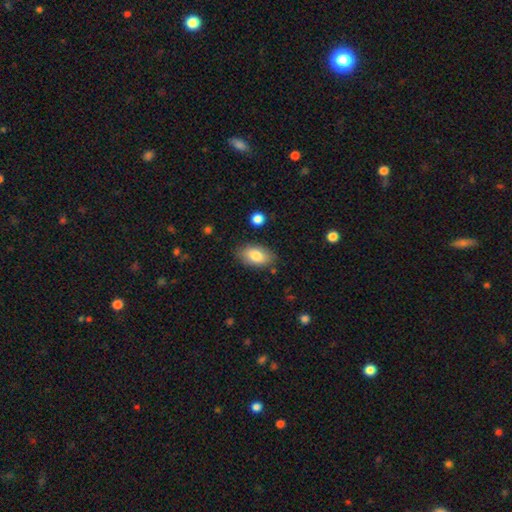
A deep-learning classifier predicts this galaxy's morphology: Smooth or featured? smooth (81%)
How rounded? in between (92%)
Merging? none (83%)